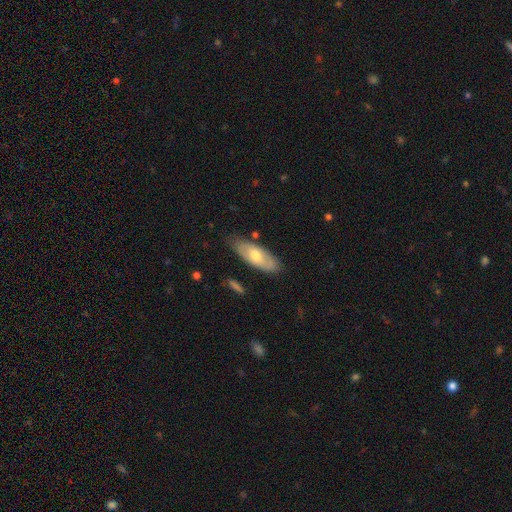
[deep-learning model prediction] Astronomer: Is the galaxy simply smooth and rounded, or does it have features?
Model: smooth — 57% (runner-up: featured or disk, 37%).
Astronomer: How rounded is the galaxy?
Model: in between — 76%.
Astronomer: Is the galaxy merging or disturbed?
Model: none — 78%.